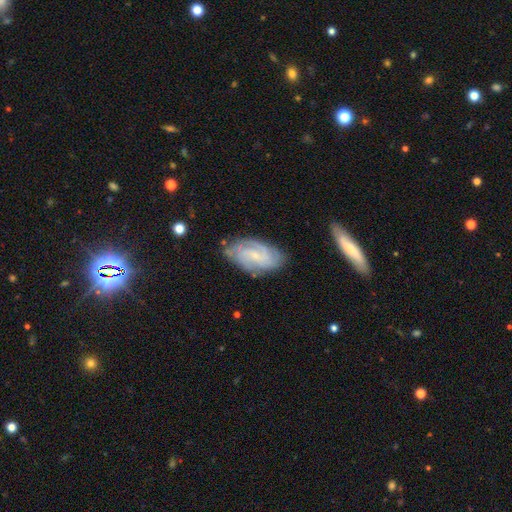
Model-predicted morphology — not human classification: The model was most divided on "spiral arm count": 2: 32%, can't tell: 30%, 3: 21%, 4: 8%, 1: 4%, more than 4: 4%. Remaining: edge-on disk — no (95%); spiral arms — yes (93%); smooth or featured — featured or disk (76%); bulge size — small (75%); merging — none (73%); bar — no (51%); spiral winding — tight (49%).